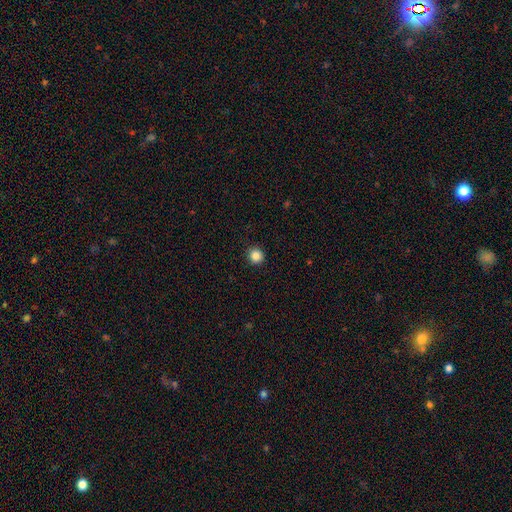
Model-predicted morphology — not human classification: smooth-or-featured: smooth: 85% | star or artifact: 11% | featured or disk: 4%
  how-rounded: round: 94% | in between: 5% | cigar-shaped: 1%
  merging: none: 92% | minor disturbance: 5% | major disturbance: 2% | merger: 1%